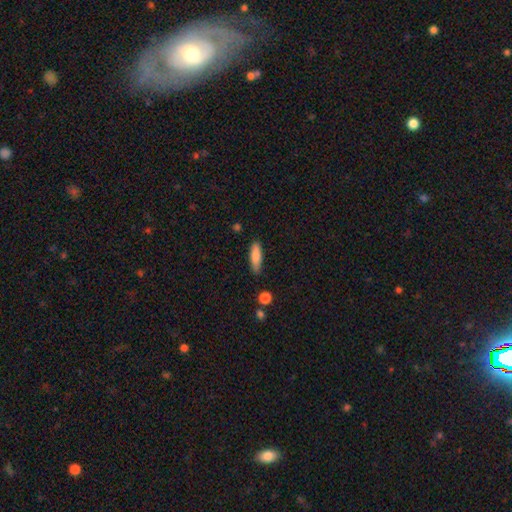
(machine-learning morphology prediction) This appears to be a smooth galaxy with no disk features (84%) that is cigar-shaped (54%). Merging: none (81%).